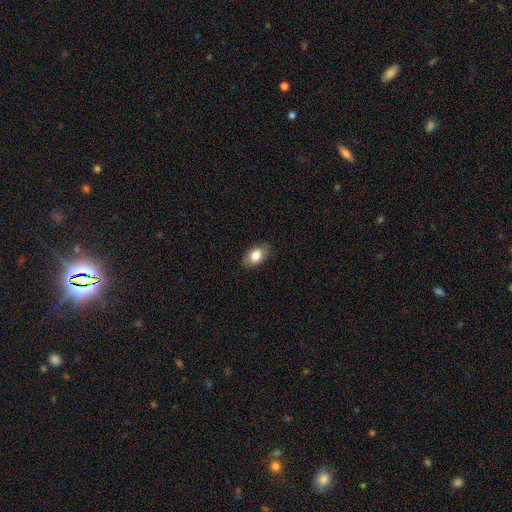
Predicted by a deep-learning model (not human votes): This is clearly a smooth galaxy (80%). How rounded: clearly in between (87%). Merging: clearly none (83%).